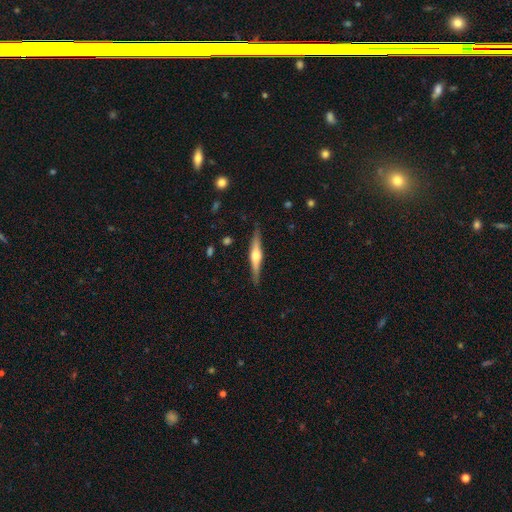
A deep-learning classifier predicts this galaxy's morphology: The model was most divided on "smooth or featured": featured or disk: 70%, smooth: 24%, star or artifact: 5%. More confident: edge-on disk — yes (98%); edge-on bulge — rounded (90%); merging — none (89%).